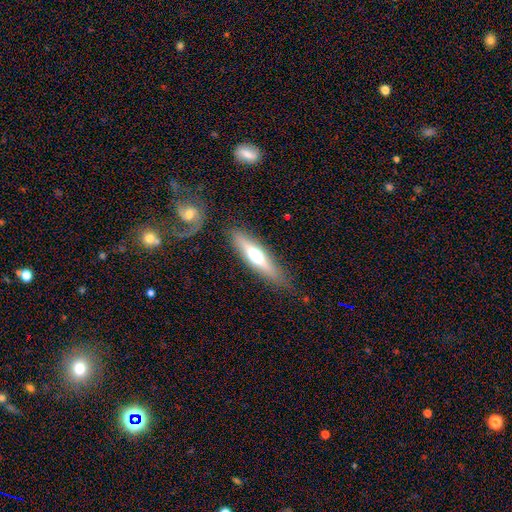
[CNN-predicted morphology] Smooth or featured?
  - featured or disk: 49% *
  - smooth: 44%
  - star or artifact: 7%
Merging?
  - none: 83% *
  - minor disturbance: 11%
  - major disturbance: 3%
  - merger: 2%